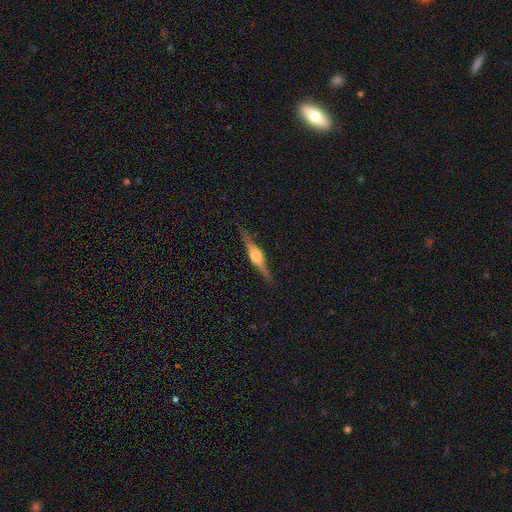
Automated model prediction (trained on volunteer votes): Smooth or featured: featured or disk — 76% (smooth — 18%)
Edge-on disk: yes — 97% (no — 3%)
Edge-on bulge: rounded — 88% (boxy — 10%)
Merging: none — 87% (minor disturbance — 9%)